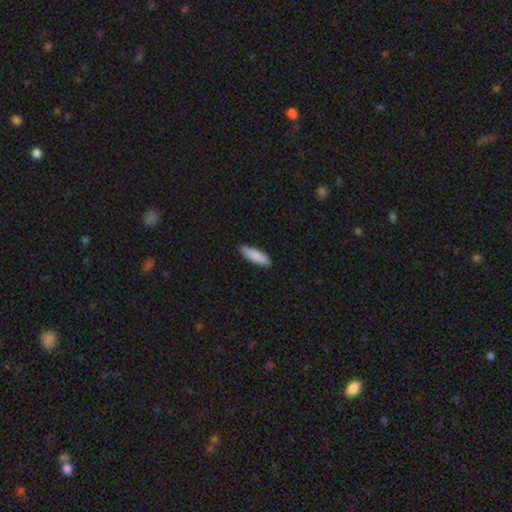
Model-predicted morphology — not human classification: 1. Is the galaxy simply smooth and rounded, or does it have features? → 89% smooth, 6% featured or disk, 6% star or artifact.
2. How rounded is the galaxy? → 53% cigar-shaped, 46% in between, 1% round.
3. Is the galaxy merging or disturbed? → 88% none, 10% minor disturbance, 2% major disturbance, 1% merger.